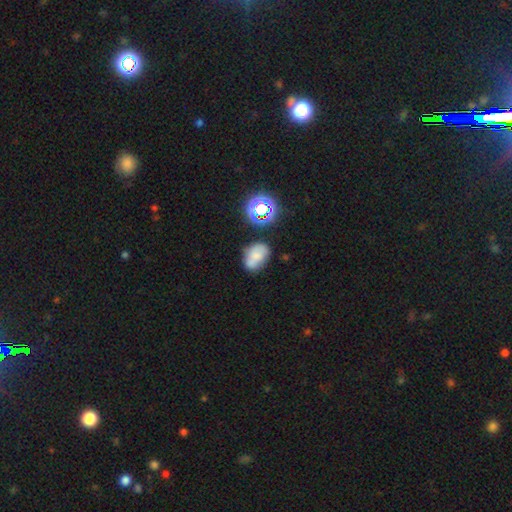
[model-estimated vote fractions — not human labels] Smooth or featured: smooth — 58% (featured or disk — 26%)
How rounded: in between — 73% (round — 26%)
Merging: none — 50% (minor disturbance — 25%)